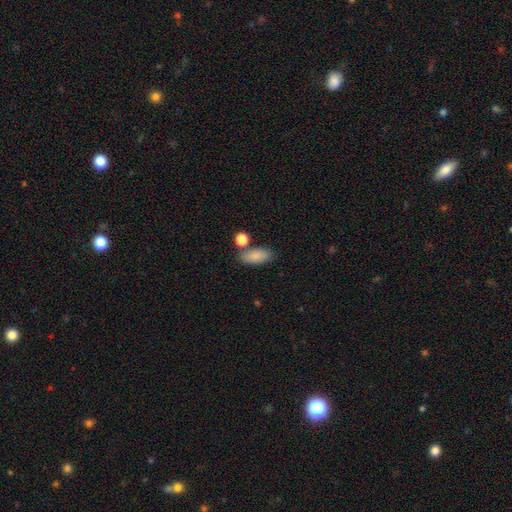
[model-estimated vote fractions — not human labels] Overall: smooth (86%). How rounded: in between (86%). Merging: none (70%).